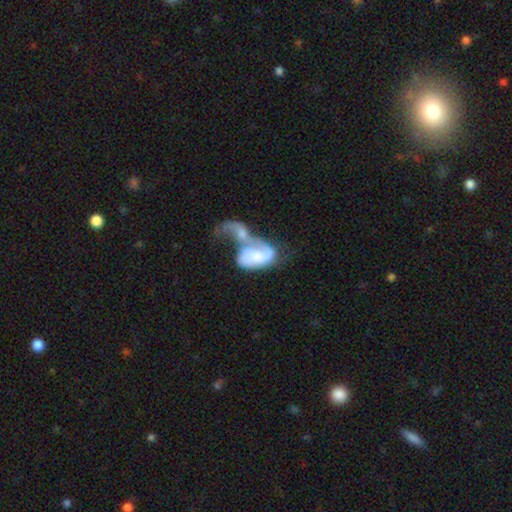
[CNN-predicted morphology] Smooth or featured: featured or disk — 47% (smooth — 46%)
Merging: merger — 70% (major disturbance — 18%)